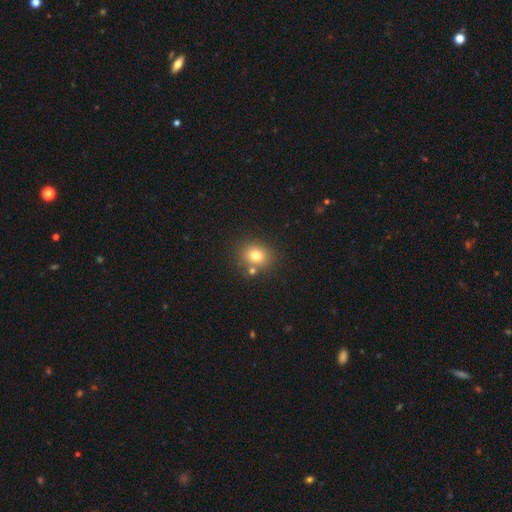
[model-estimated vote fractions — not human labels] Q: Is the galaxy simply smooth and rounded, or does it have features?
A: smooth — 78%.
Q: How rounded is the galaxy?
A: round — 67%.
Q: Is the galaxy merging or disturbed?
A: none — 75%.